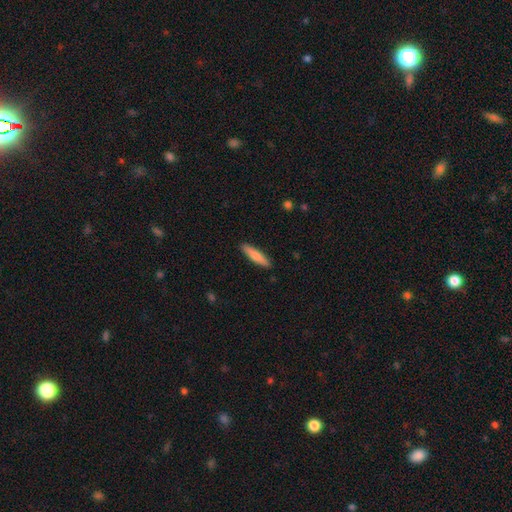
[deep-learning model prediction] A smooth galaxy with no disk features (74%) that is cigar-shaped (83%).

Vote fractions:
- Smooth or featured? smooth: 74% / featured or disk: 21% / star or artifact: 5%
- How rounded? cigar-shaped: 83% / in between: 15% / round: 1%
- Merging? none: 90% / minor disturbance: 7% / major disturbance: 2% / merger: 1%